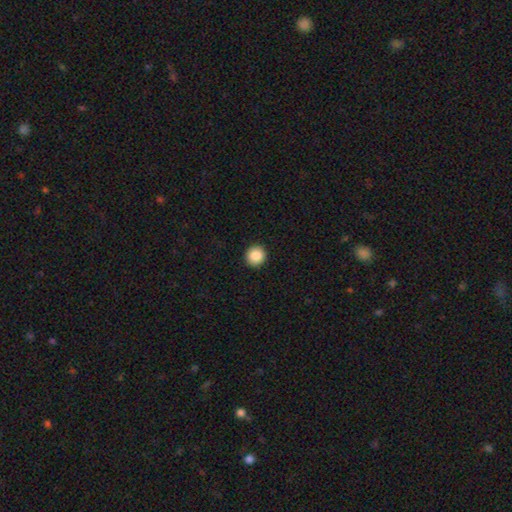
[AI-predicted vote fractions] Smooth or featured?
  - smooth: 87% *
  - star or artifact: 9%
  - featured or disk: 4%
How rounded?
  - round: 94% *
  - in between: 5%
  - cigar-shaped: 1%
Merging?
  - none: 93% *
  - minor disturbance: 4%
  - major disturbance: 1%
  - merger: 1%